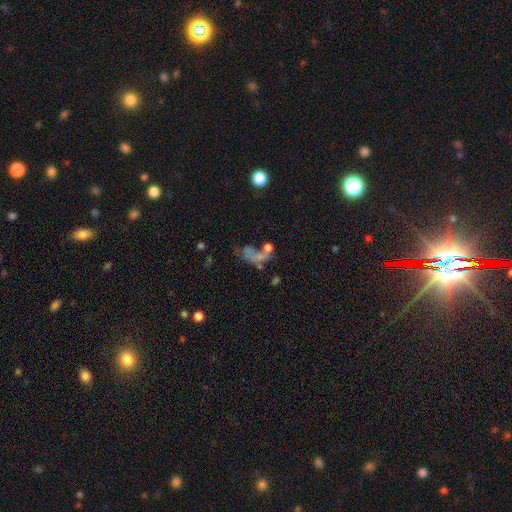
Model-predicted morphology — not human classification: smooth 42%, featured or disk 36%, star or artifact 22%. Down the decision tree: merging — major disturbance (32%, tied with merger).